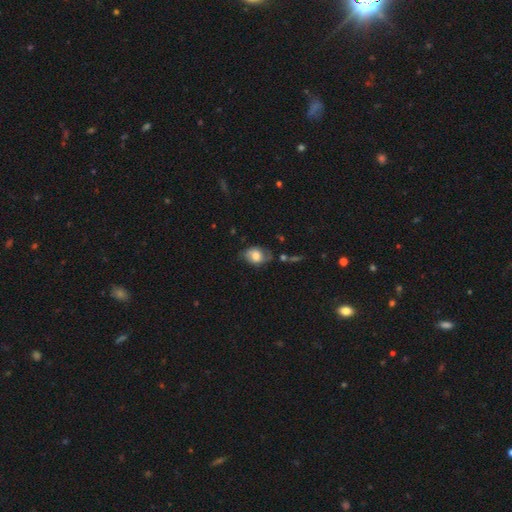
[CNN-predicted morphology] Smooth or featured? smooth (56%)
How rounded? in between (73%)
Merging? none (53%)